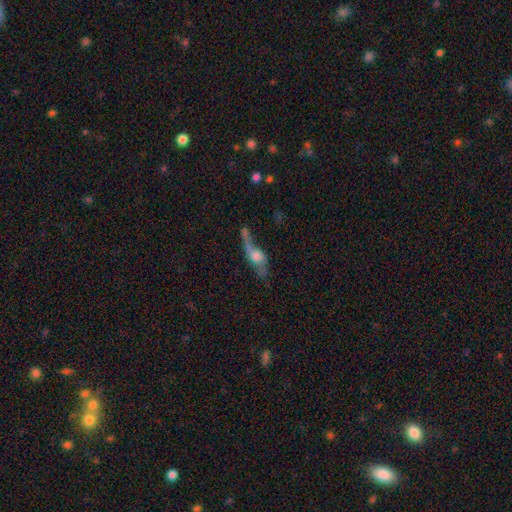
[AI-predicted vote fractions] smooth-or-featured: featured or disk: 57% | smooth: 33% | star or artifact: 10%
  disk-edge-on: no: 74% | yes: 26%
  merging: major disturbance: 33% | none: 27% | merger: 22% | minor disturbance: 18%